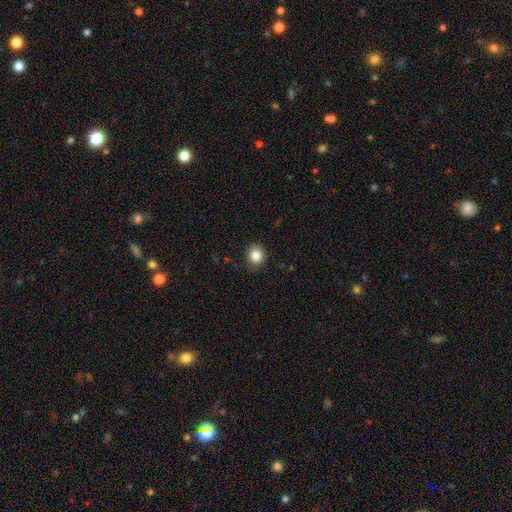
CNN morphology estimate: The model was most divided on "how rounded": round: 79%, in between: 20%, cigar-shaped: 1%. More confident: merging — none (88%); smooth or featured — smooth (85%).